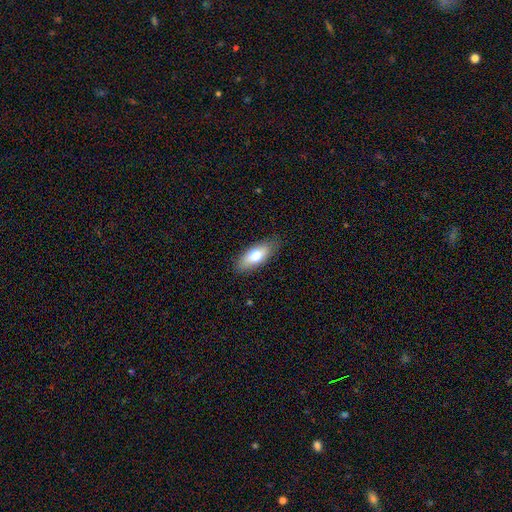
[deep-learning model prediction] A smooth galaxy with no disk features (72%) that is in between round and cigar-shaped (76%). Merging: none (84%).